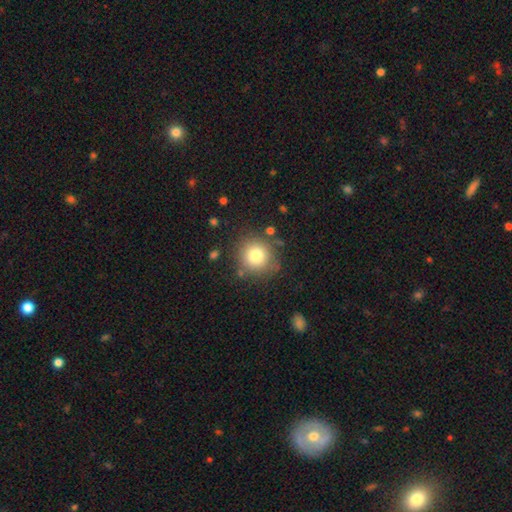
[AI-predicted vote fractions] This is likely a smooth galaxy (78%). How rounded: clearly round (93%). Merging: clearly none (82%).